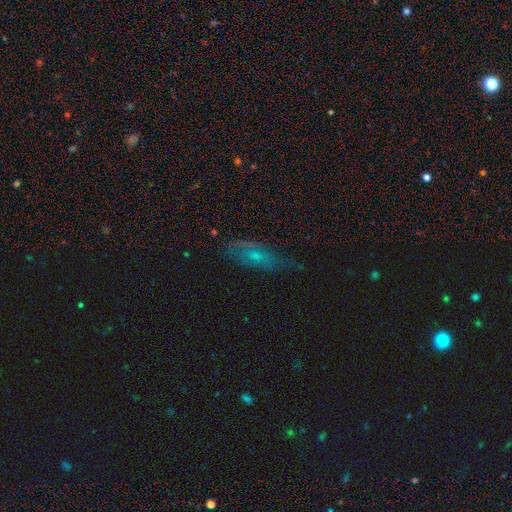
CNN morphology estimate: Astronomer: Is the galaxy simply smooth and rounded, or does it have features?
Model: featured or disk — 49% (runner-up: smooth, 34%).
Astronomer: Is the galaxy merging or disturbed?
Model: none — 60%.